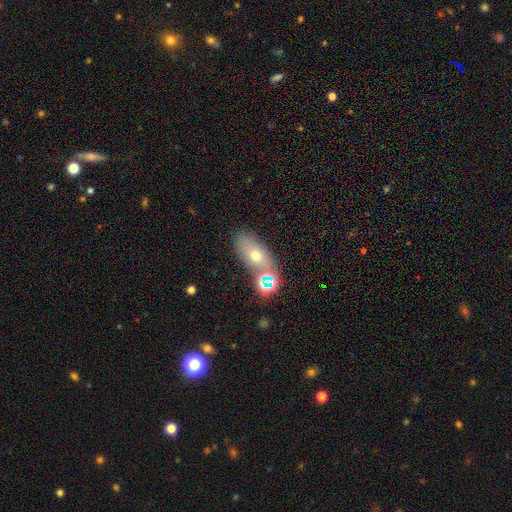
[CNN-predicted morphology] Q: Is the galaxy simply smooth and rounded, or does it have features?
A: smooth — 58%.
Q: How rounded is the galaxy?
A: in between — 80%.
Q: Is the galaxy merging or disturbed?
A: none — 63%.